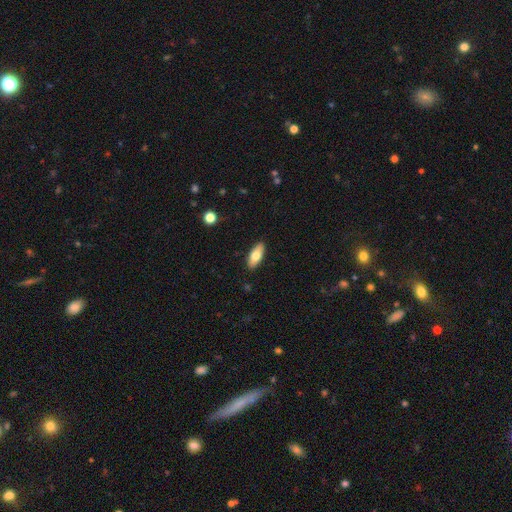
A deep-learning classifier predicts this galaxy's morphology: smooth-or-featured: smooth: 73% | featured or disk: 21% | star or artifact: 6%
  how-rounded: in between: 81% | cigar-shaped: 17% | round: 2%
  merging: none: 89% | minor disturbance: 8% | major disturbance: 2% | merger: 1%